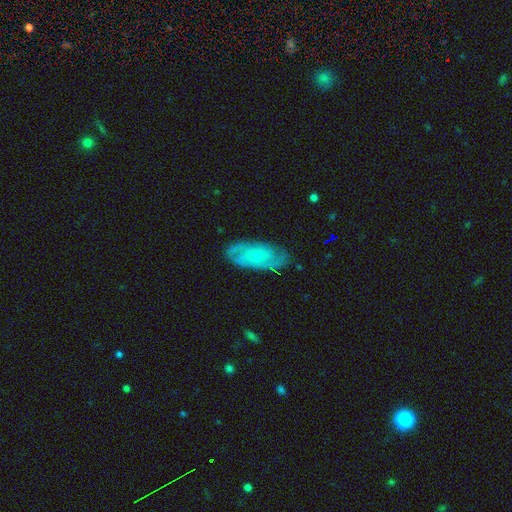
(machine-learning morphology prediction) smooth_or_featured: featured or disk (p=0.64) [alt: smooth p=0.29]
disk_edge_on: no (p=0.92) [alt: yes p=0.08]
bar: no (p=0.70) [alt: weak p=0.26]
has_spiral_arms: yes (p=0.86) [alt: no p=0.14]
spiral_winding: tight (p=0.50) [alt: medium p=0.37]
spiral_arm_count: 2 (p=0.39) [tied with: can't tell p=0.39]
bulge_size: small (p=0.73) [alt: moderate p=0.14]
merging: none (p=0.76) [alt: minor disturbance p=0.18]